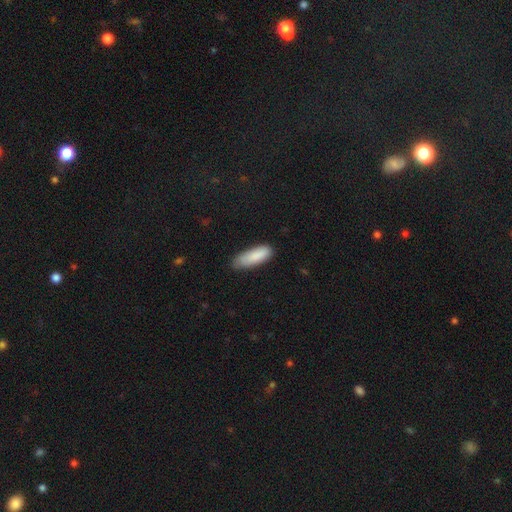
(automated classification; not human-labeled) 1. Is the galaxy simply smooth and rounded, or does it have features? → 87% smooth, 7% featured or disk, 6% star or artifact.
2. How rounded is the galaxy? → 61% in between, 38% cigar-shaped, 2% round.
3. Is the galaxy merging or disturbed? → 65% none, 28% minor disturbance, 5% major disturbance, 2% merger.